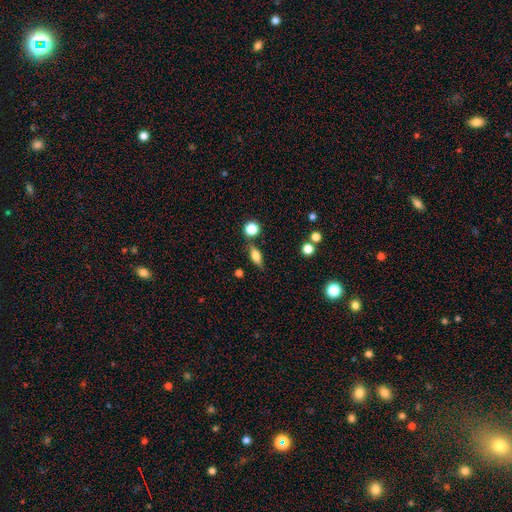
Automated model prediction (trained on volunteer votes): This appears to be a smooth galaxy with no disk features (64%) that is in between round and cigar-shaped (67%). Merging: none (77%).